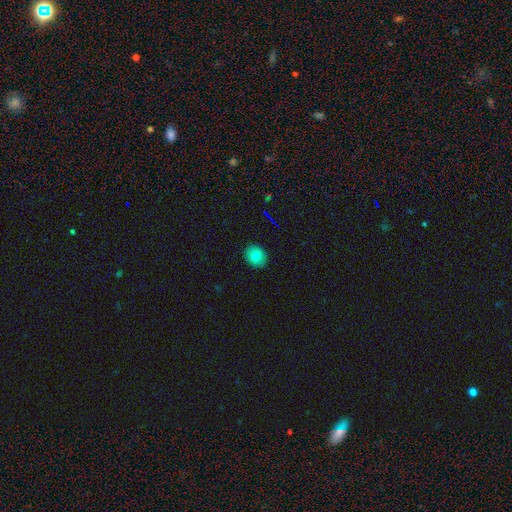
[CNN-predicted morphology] A smooth galaxy with no disk features (77%) that is round (68%).

Vote fractions:
- Smooth or featured? smooth: 77% / featured or disk: 12% / star or artifact: 11%
- How rounded? round: 68% / in between: 31% / cigar-shaped: 1%
- Merging? none: 89% / minor disturbance: 8% / major disturbance: 2% / merger: 1%